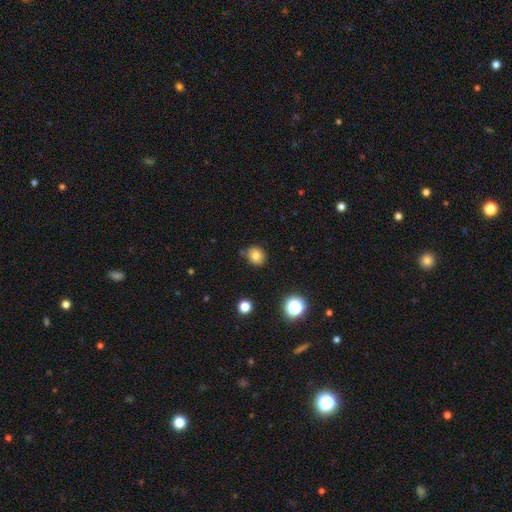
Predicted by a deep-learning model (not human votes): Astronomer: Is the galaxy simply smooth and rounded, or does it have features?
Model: smooth — 79%.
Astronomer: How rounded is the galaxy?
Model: round — 77%.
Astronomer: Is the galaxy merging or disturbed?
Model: none — 82%.